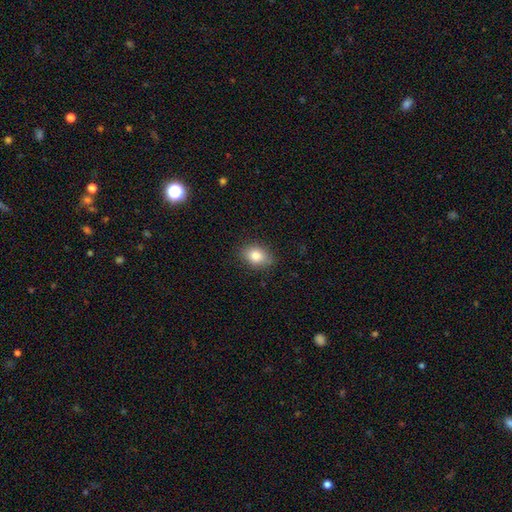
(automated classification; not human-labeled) The model was most divided on "how rounded": in between: 74%, round: 25%, cigar-shaped: 2%. More confident: smooth or featured — smooth (83%); merging — none (83%).